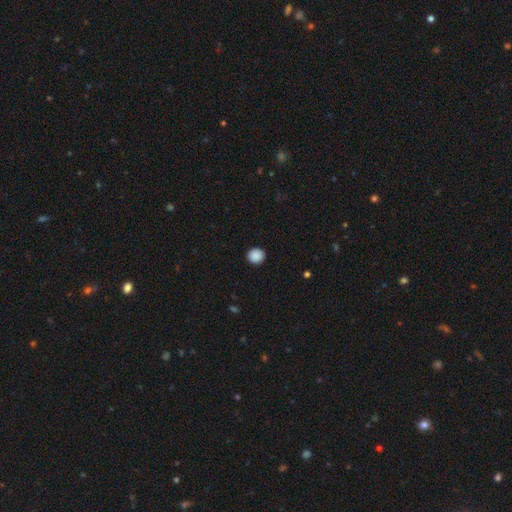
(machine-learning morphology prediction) smooth_or_featured: smooth (p=0.89) [alt: star or artifact p=0.09]
how_rounded: round (p=0.90) [alt: in between p=0.09]
merging: none (p=0.93) [alt: minor disturbance p=0.05]